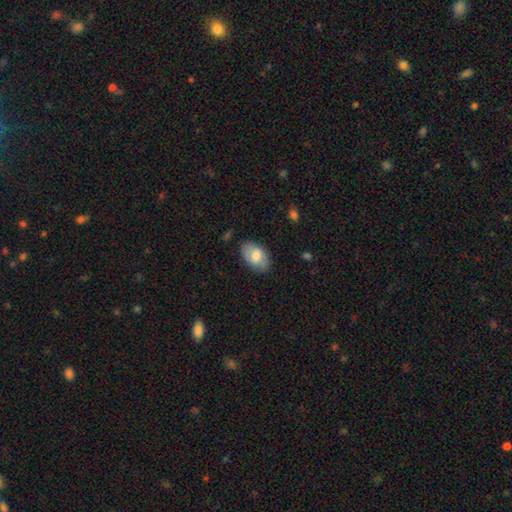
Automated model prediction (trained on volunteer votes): A smooth galaxy with no disk features (70%) that is in between round and cigar-shaped (91%).

Vote fractions:
- Smooth or featured? smooth: 70% / featured or disk: 23% / star or artifact: 6%
- How rounded? in between: 91% / round: 7% / cigar-shaped: 1%
- Merging? none: 79% / minor disturbance: 16% / major disturbance: 3% / merger: 1%